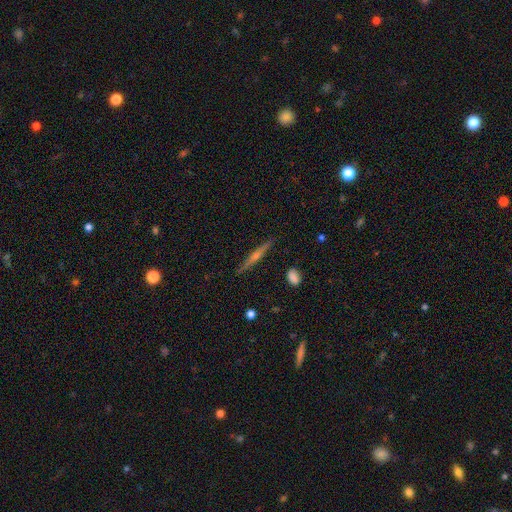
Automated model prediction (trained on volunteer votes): This is likely a featured or disk galaxy (70%). It is clearly viewed edge-on (98%). Edge-on bulge: likely rounded (71%). Merging: clearly none (90%).